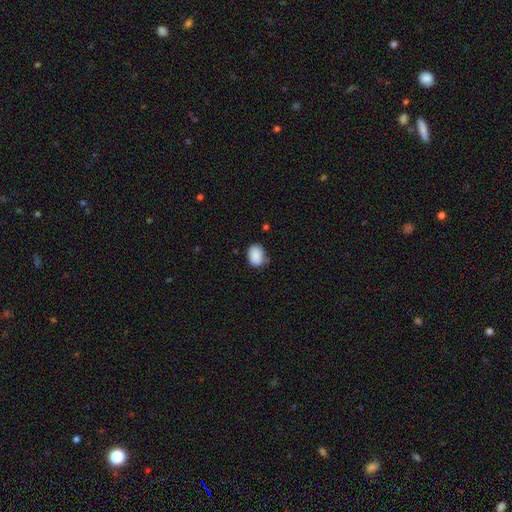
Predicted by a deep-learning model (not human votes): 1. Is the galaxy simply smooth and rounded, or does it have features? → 88% smooth, 8% star or artifact, 4% featured or disk.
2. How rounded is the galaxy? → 68% in between, 31% round, 1% cigar-shaped.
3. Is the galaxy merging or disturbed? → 70% none, 22% minor disturbance, 4% major disturbance, 4% merger.